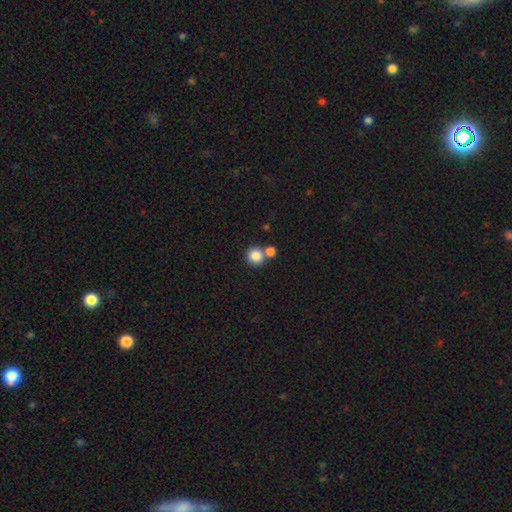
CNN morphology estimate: smooth 85%, star or artifact 10%, featured or disk 6%. Down the decision tree: how rounded — round (91%); merging — none (57%).